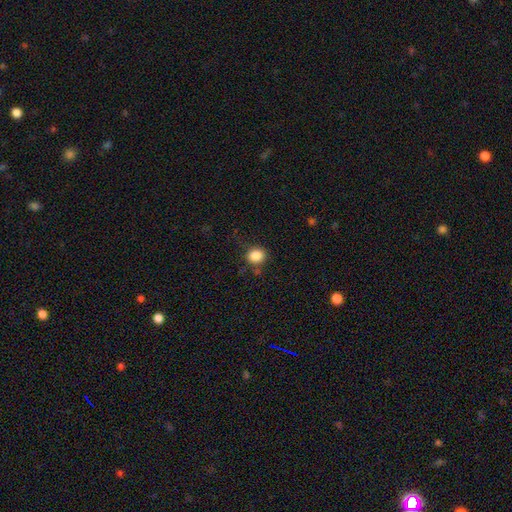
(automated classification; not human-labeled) Q: Smooth or featured?
A: smooth (86%); runner-up: star or artifact (10%)
Q: How rounded?
A: round (73%); runner-up: in between (26%)
Q: Merging?
A: none (78%); runner-up: minor disturbance (14%)